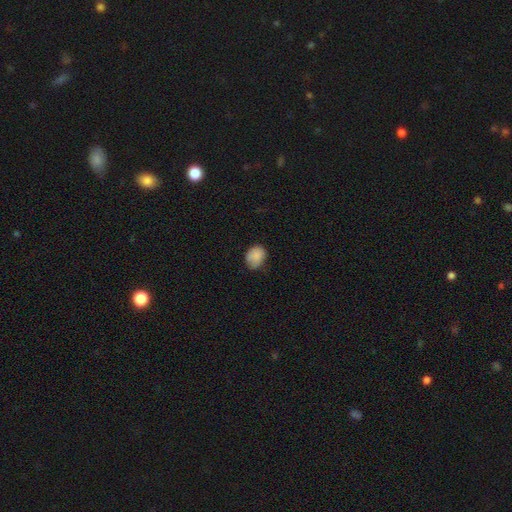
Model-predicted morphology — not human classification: Smooth or featured: smooth — 86% (star or artifact — 8%)
How rounded: in between — 57% (round — 42%)
Merging: none — 61% (minor disturbance — 32%)